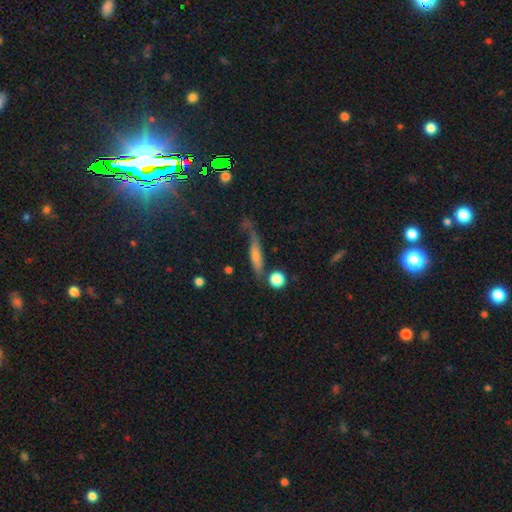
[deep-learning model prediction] Morphology: type=smooth (47%); merging=none (58%).